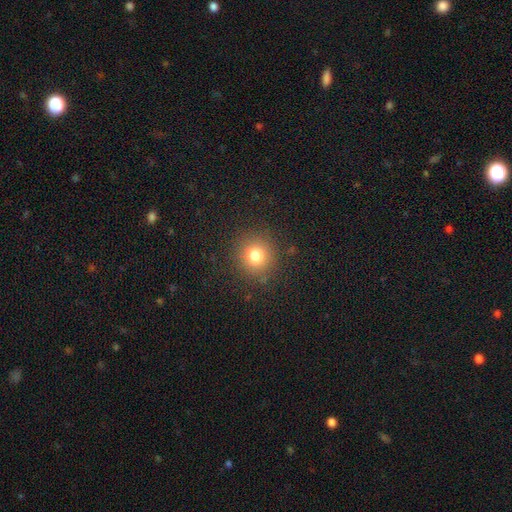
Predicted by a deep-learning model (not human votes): Smooth or featured?
  - smooth: 78% *
  - star or artifact: 14%
  - featured or disk: 8%
How rounded?
  - round: 91% *
  - in between: 8%
  - cigar-shaped: 1%
Merging?
  - none: 88% *
  - minor disturbance: 7%
  - major disturbance: 3%
  - merger: 1%